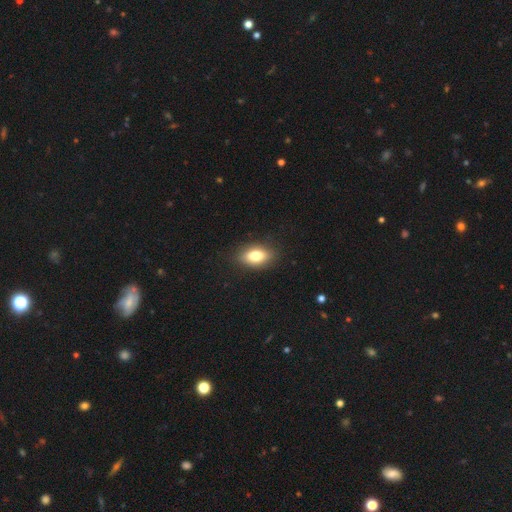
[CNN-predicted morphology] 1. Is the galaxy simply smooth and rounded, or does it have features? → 80% smooth, 12% featured or disk, 8% star or artifact.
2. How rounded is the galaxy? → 86% in between, 10% round, 4% cigar-shaped.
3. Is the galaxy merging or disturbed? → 86% none, 11% minor disturbance, 3% major disturbance, 1% merger.